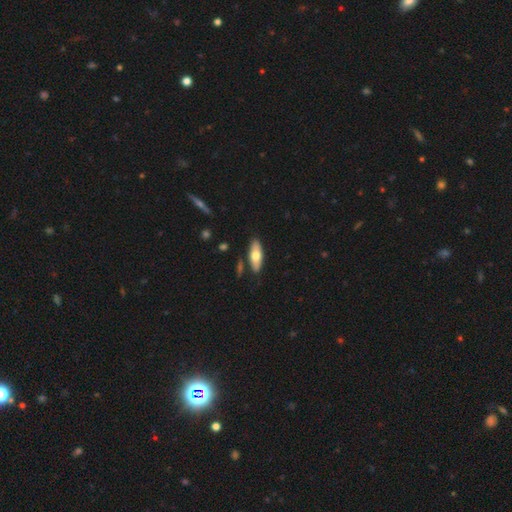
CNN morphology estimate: This is likely a smooth galaxy (63%). How rounded: likely in between (68%). Merging: clearly none (83%).